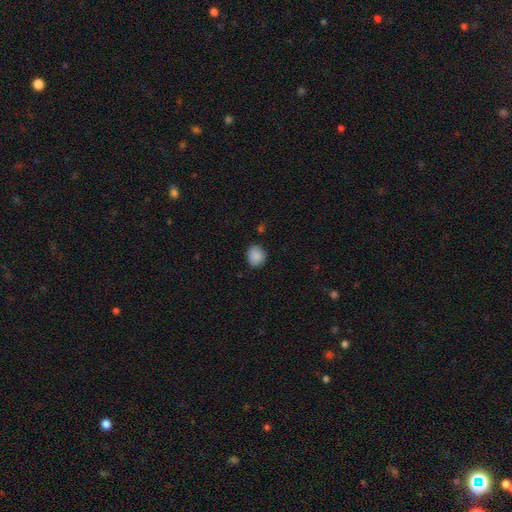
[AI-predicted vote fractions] A smooth galaxy with no disk features (87%) that is round (74%). Merging: none (80%).